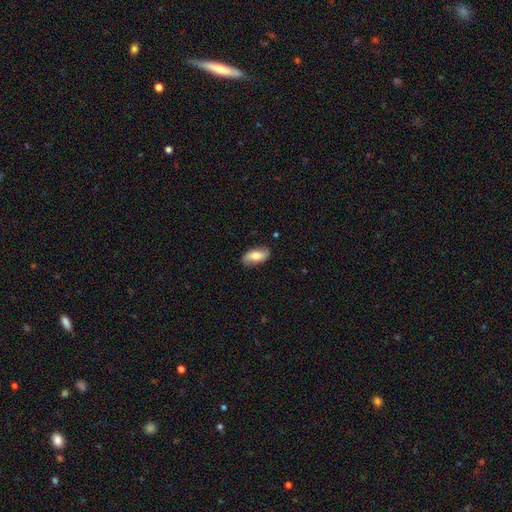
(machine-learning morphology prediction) Q: Smooth or featured?
A: smooth (63%); runner-up: featured or disk (30%)
Q: How rounded?
A: in between (89%); runner-up: cigar-shaped (8%)
Q: Merging?
A: none (82%); runner-up: minor disturbance (14%)